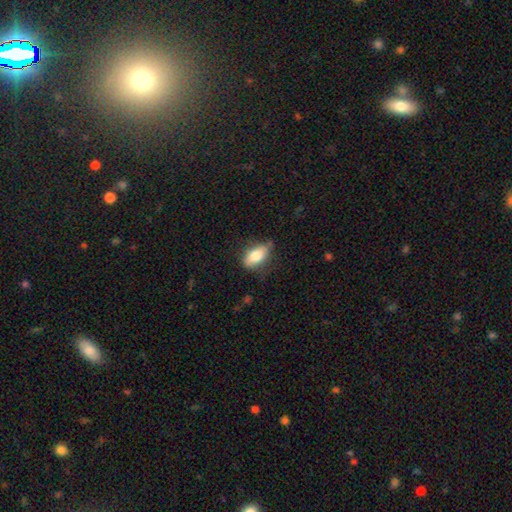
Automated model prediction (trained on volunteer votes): smooth 78%, featured or disk 16%, star or artifact 7%. Down the decision tree: how rounded — in between (86%); merging — none (69%).